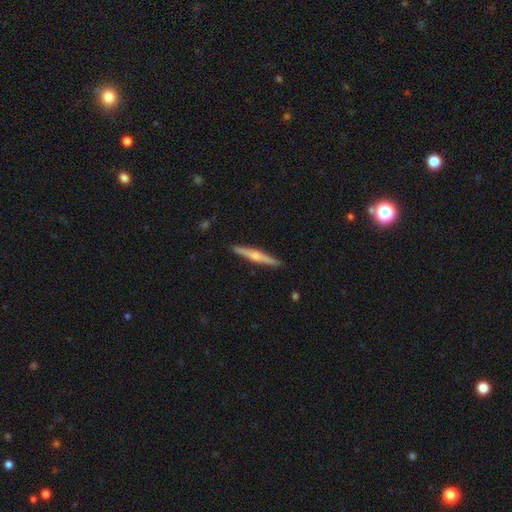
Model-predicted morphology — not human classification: A featured or disk galaxy (64%) viewed edge-on (98%) with a rounded central bulge (87%). Merging: none (91%).